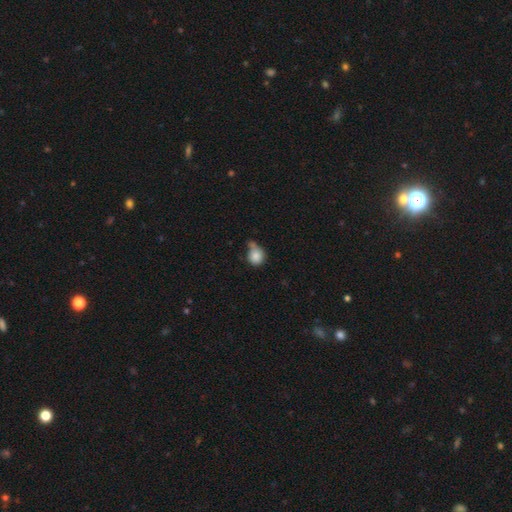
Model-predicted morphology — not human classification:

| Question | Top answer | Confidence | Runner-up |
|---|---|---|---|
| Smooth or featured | smooth | 83% | star or artifact (9%) |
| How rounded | round | 75% | in between (23%) |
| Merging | none | 35% | minor disturbance (31%) |